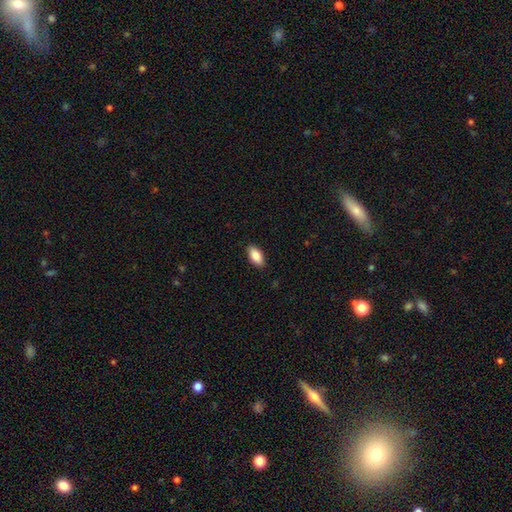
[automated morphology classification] The model was most divided on "merging": none: 89%, minor disturbance: 8%, major disturbance: 2%, merger: 1%. More confident: how rounded — in between (92%); smooth or featured — smooth (88%).